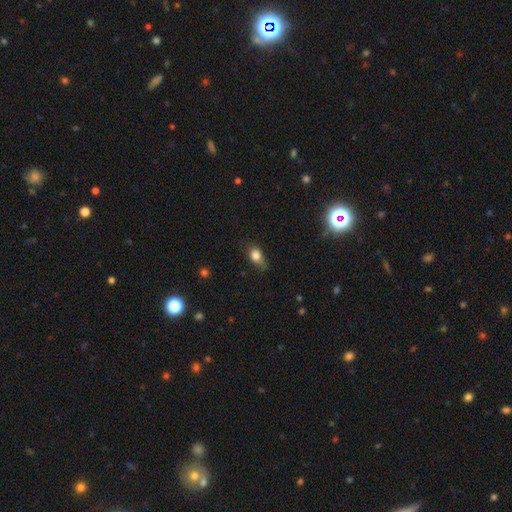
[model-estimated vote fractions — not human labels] The model was most divided on "merging": none: 56%, minor disturbance: 32%, major disturbance: 10%, merger: 2%. More confident: smooth or featured — smooth (79%); how rounded — in between (72%).